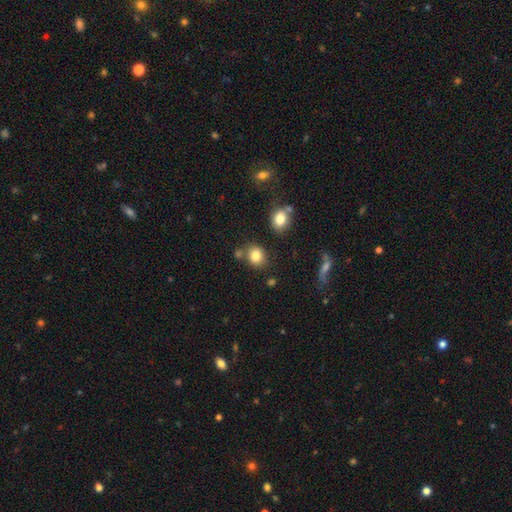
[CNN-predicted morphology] Overall: smooth (83%). How rounded: round (69%; in between 30%). Merging: none (73%).